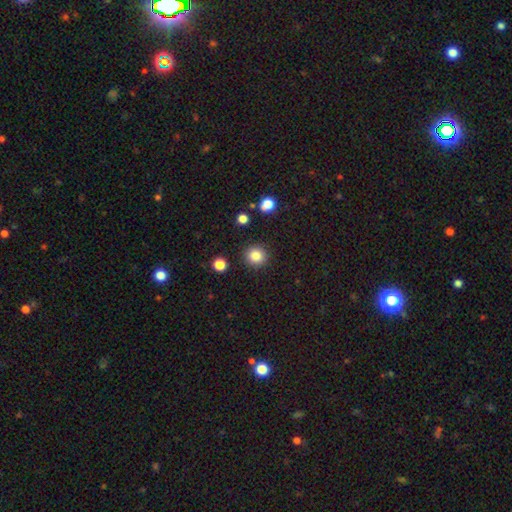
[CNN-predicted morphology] smooth 85%, star or artifact 11%, featured or disk 4%. Down the decision tree: how rounded — round (91%); merging — none (90%).